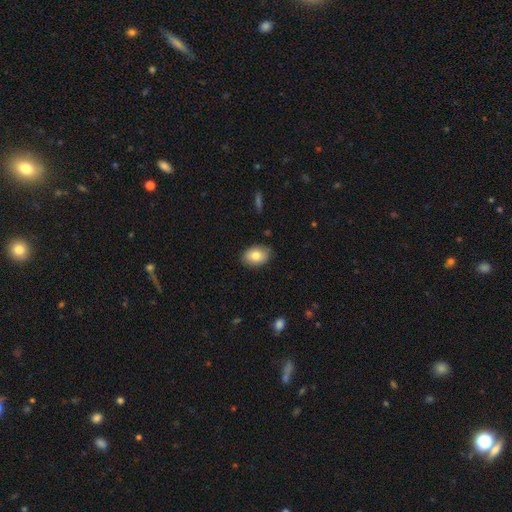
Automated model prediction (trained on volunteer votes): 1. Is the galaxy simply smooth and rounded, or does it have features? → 79% smooth, 13% featured or disk, 8% star or artifact.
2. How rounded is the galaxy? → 78% in between, 21% round, 1% cigar-shaped.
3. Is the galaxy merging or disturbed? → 85% none, 12% minor disturbance, 2% major disturbance, 1% merger.